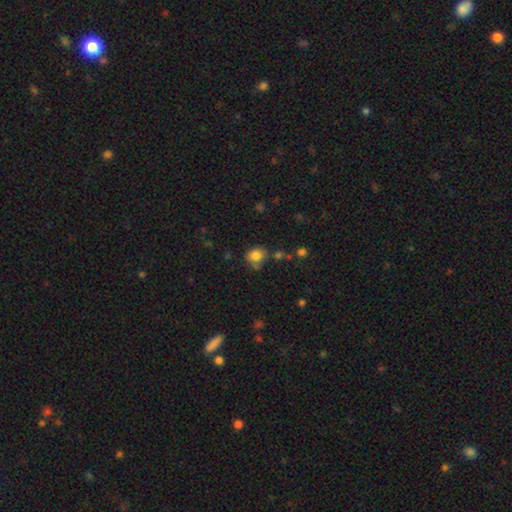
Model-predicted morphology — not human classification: Overall: smooth (82%). How rounded: round (63%; in between 36%). Merging: none (64%).